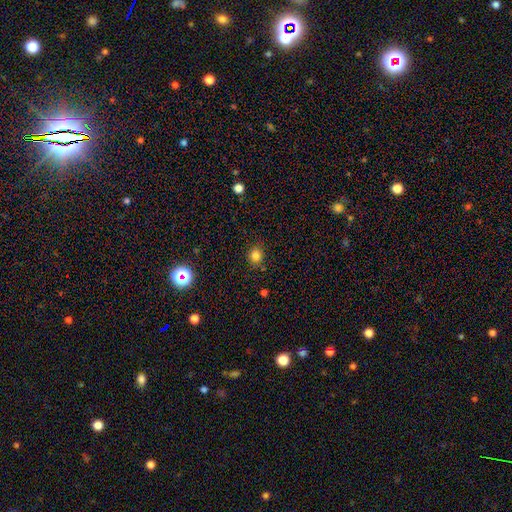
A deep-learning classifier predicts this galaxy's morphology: Overall: smooth (81%). How rounded: round (83%). Merging: none (85%).